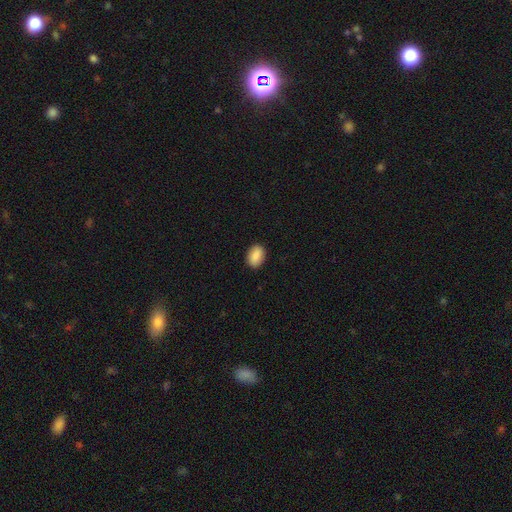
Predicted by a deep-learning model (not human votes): Overall: smooth (89%). How rounded: in between (85%). Merging: none (89%).